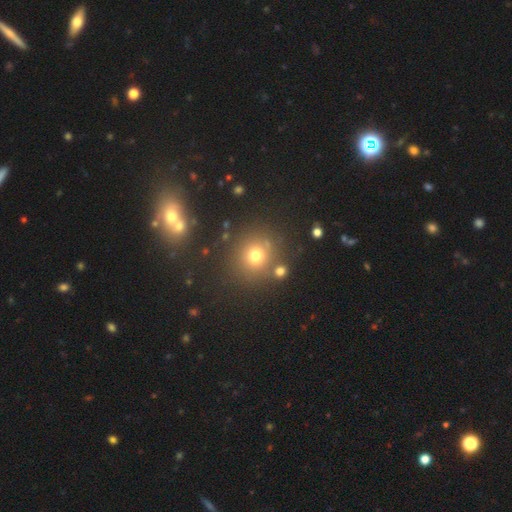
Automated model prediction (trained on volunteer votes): Smooth or featured? Predicted: smooth (p=0.72). How rounded? Predicted: round (p=0.90). Merging? Predicted: none (p=0.79).